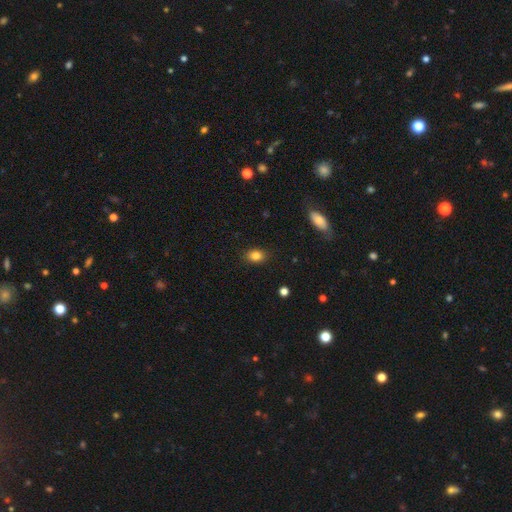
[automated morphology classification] Smooth or featured?
  - smooth: 83% *
  - star or artifact: 10%
  - featured or disk: 7%
How rounded?
  - in between: 67% *
  - round: 32%
  - cigar-shaped: 1%
Merging?
  - none: 87% *
  - minor disturbance: 10%
  - major disturbance: 2%
  - merger: 1%